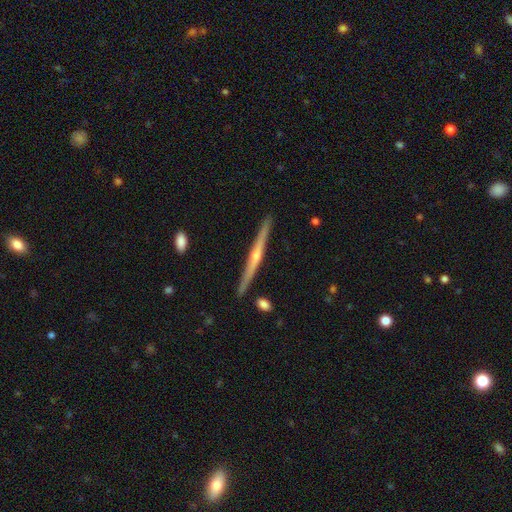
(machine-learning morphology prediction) The model was most divided on "edge-on bulge": rounded: 78%, none: 18%, boxy: 4%. More confident: edge-on disk — yes (98%); merging — none (91%); smooth or featured — featured or disk (79%).